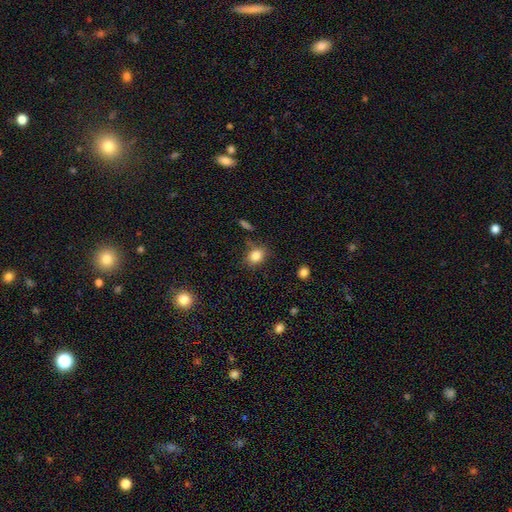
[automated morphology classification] Smooth or featured?
  - smooth: 84% *
  - star or artifact: 10%
  - featured or disk: 6%
How rounded?
  - in between: 54% *
  - round: 44%
  - cigar-shaped: 1%
Merging?
  - none: 75% *
  - minor disturbance: 16%
  - major disturbance: 5%
  - merger: 4%